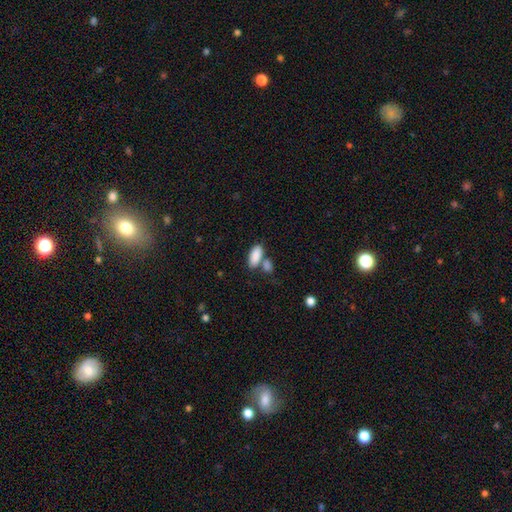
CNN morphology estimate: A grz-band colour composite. It shows a smooth galaxy with no disk features (87%) that is in between round and cigar-shaped (89%). Merging: none (51%).